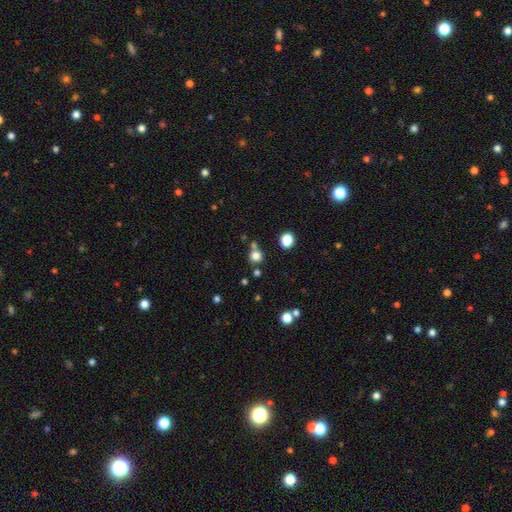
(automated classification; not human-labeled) smooth_or_featured: smooth (p=0.79) [alt: star or artifact p=0.16]
how_rounded: round (p=0.89) [alt: in between p=0.10]
merging: none (p=0.69) [alt: merger p=0.19]